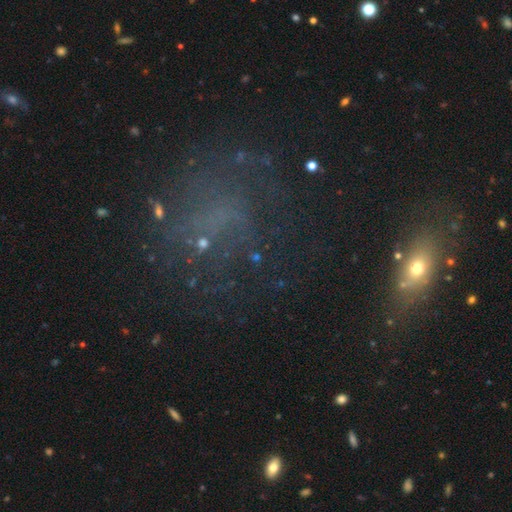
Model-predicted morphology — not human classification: Smooth or featured? star or artifact (36%)